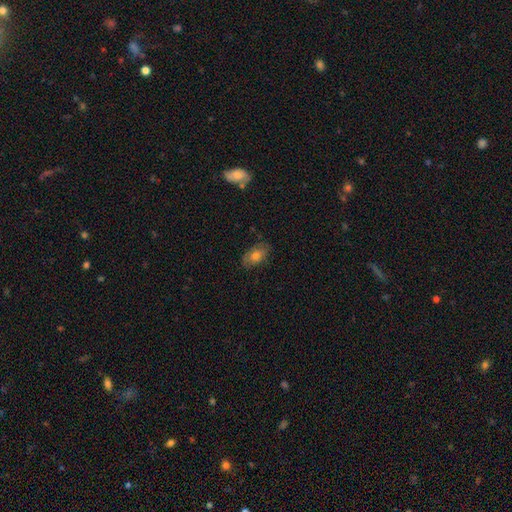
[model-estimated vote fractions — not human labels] Q: Smooth or featured?
A: smooth (64%); runner-up: featured or disk (26%)
Q: How rounded?
A: in between (86%); runner-up: round (11%)
Q: Merging?
A: none (78%); runner-up: minor disturbance (17%)